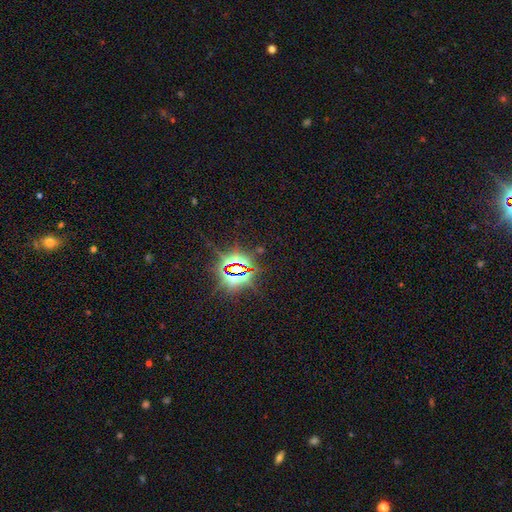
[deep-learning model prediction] smooth-or-featured: star or artifact: 85% | smooth: 7% | featured or disk: 7%